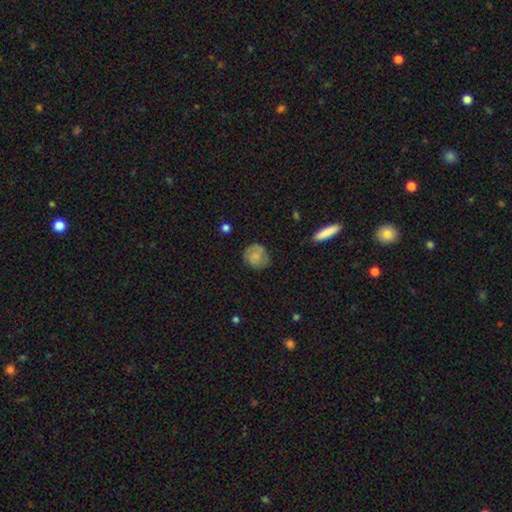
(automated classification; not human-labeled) This is likely a smooth galaxy (63%). How rounded: likely round (78%). Merging: likely none (71%).